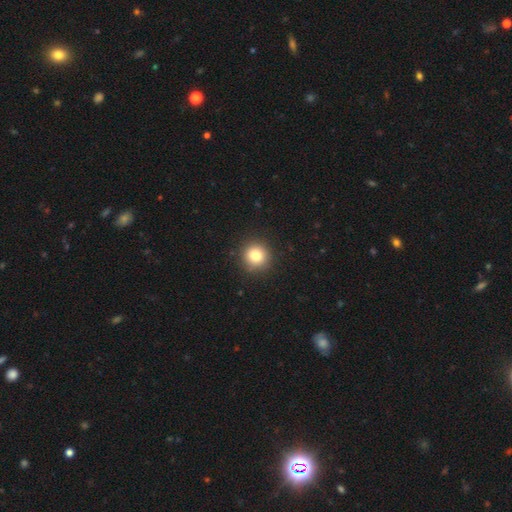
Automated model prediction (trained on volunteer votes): Smooth or featured?
  - smooth: 81% *
  - star or artifact: 11%
  - featured or disk: 7%
How rounded?
  - round: 94% *
  - in between: 6%
  - cigar-shaped: 1%
Merging?
  - none: 91% *
  - minor disturbance: 6%
  - major disturbance: 2%
  - merger: 1%